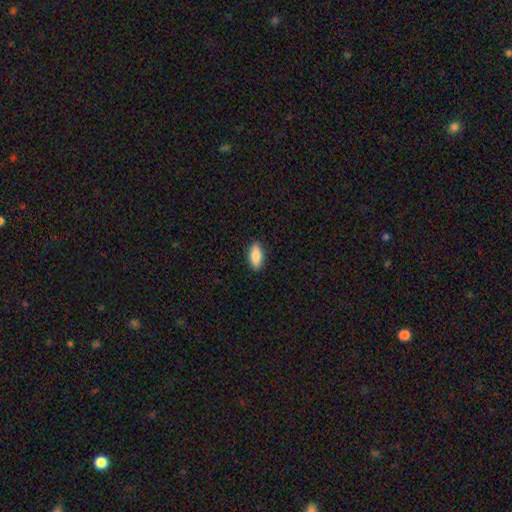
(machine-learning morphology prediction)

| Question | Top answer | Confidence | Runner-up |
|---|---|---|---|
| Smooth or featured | smooth | 82% | featured or disk (11%) |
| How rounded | in between | 79% | cigar-shaped (18%) |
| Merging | none | 89% | minor disturbance (8%) |